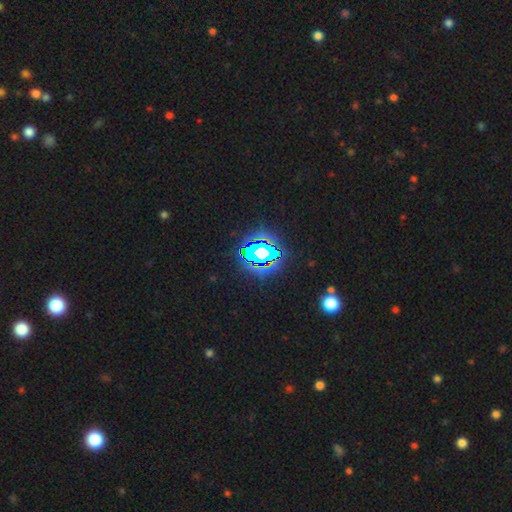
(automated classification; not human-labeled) smooth-or-featured: star or artifact: 79% | smooth: 13% | featured or disk: 8%